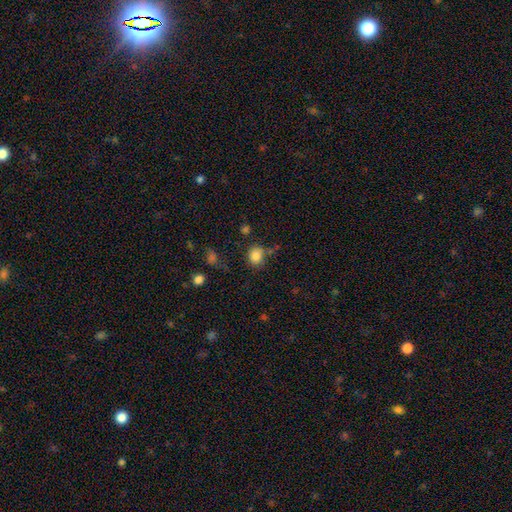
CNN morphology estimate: smooth 83%, star or artifact 11%, featured or disk 5%. Down the decision tree: how rounded — round (65%); merging — none (71%).